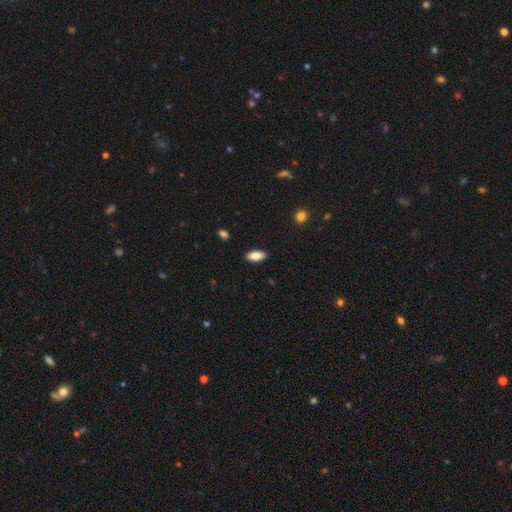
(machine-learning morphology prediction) Q: Smooth or featured?
A: smooth (86%); runner-up: featured or disk (7%)
Q: How rounded?
A: in between (87%); runner-up: cigar-shaped (10%)
Q: Merging?
A: none (89%); runner-up: minor disturbance (8%)